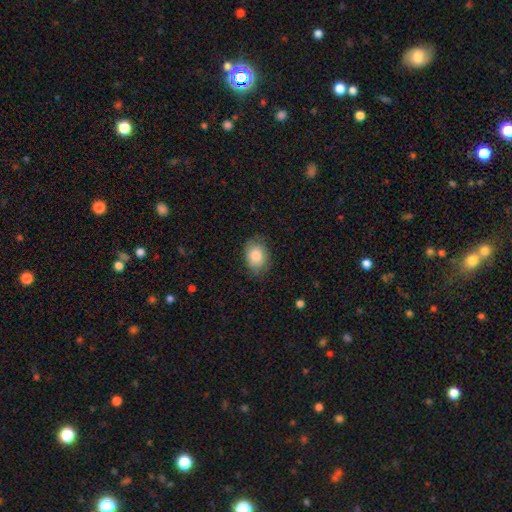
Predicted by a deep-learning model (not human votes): Overall: smooth (81%). How rounded: in between (72%). Merging: none (75%).